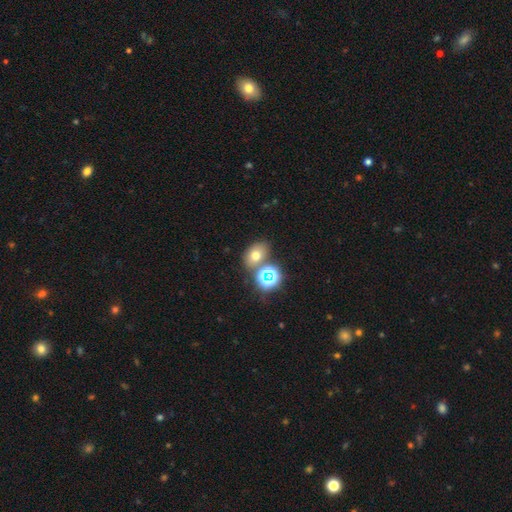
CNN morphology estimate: smooth 64%, star or artifact 23%, featured or disk 13%. Down the decision tree: how rounded — in between (63%); merging — none (64%).